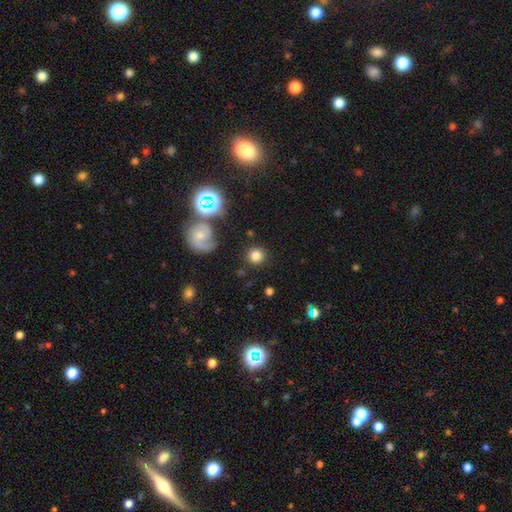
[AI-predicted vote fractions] Overall: smooth (76%). How rounded: round (93%). Merging: none (85%).